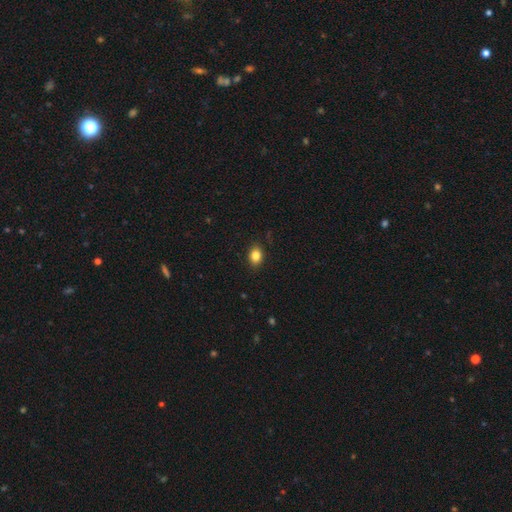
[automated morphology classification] Smooth or featured: smooth — 84% (star or artifact — 10%)
How rounded: in between — 67% (round — 32%)
Merging: none — 88% (minor disturbance — 9%)